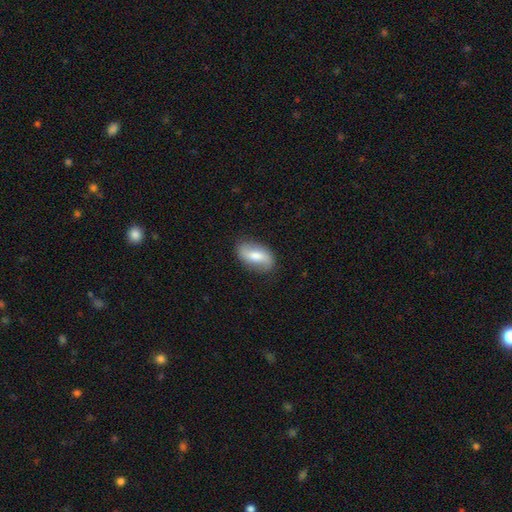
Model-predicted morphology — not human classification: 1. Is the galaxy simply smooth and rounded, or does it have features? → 48% smooth, 45% featured or disk, 7% star or artifact.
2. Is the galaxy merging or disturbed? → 82% none, 14% minor disturbance, 3% major disturbance, 1% merger.